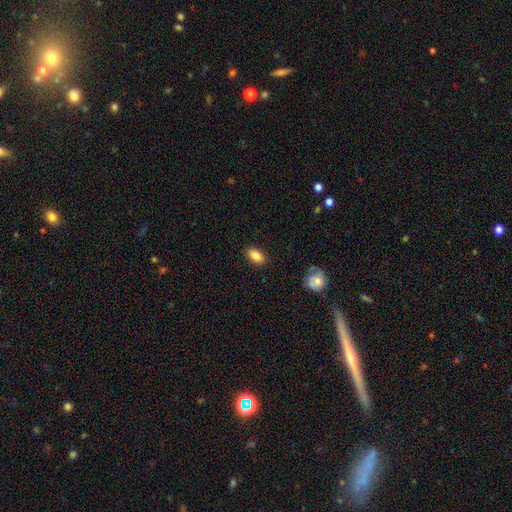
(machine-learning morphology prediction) smooth-or-featured: smooth: 87% | star or artifact: 8% | featured or disk: 5%
  how-rounded: in between: 89% | round: 8% | cigar-shaped: 3%
  merging: none: 88% | minor disturbance: 9% | major disturbance: 2% | merger: 1%